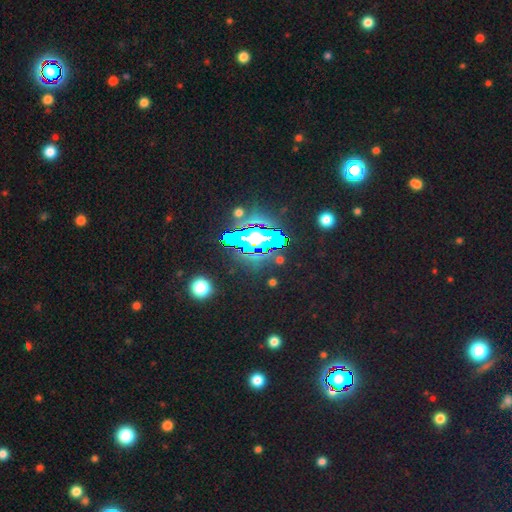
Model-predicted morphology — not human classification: A star or artifact, not a galaxy (68%).